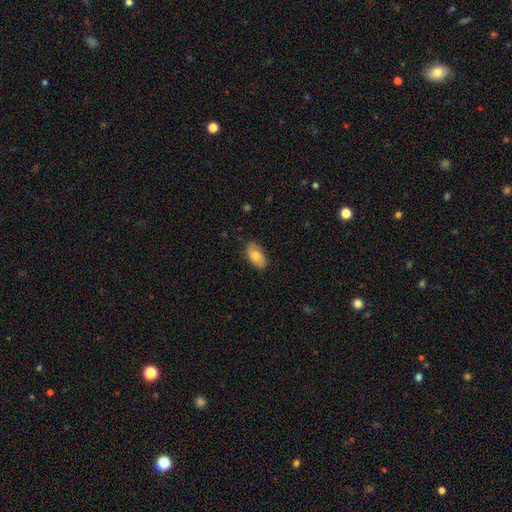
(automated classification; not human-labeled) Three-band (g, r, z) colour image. It shows a smooth galaxy with no disk features (74%) that is in between round and cigar-shaped (93%). Merging: none (80%).